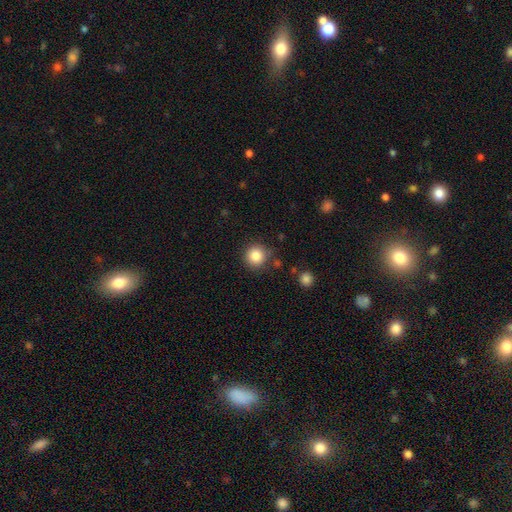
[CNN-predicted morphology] A smooth galaxy with no disk features (85%) that is round (94%).

Vote fractions:
- Smooth or featured? smooth: 85% / star or artifact: 10% / featured or disk: 5%
- How rounded? round: 94% / in between: 5% / cigar-shaped: 1%
- Merging? none: 83% / minor disturbance: 10% / merger: 4% / major disturbance: 3%